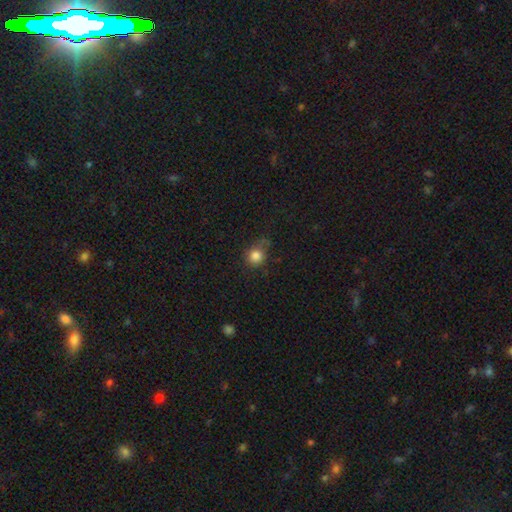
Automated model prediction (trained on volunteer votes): smooth-or-featured: smooth: 83% | star or artifact: 11% | featured or disk: 6%
  how-rounded: round: 83% | in between: 16% | cigar-shaped: 1%
  merging: none: 65% | minor disturbance: 24% | major disturbance: 7% | merger: 4%